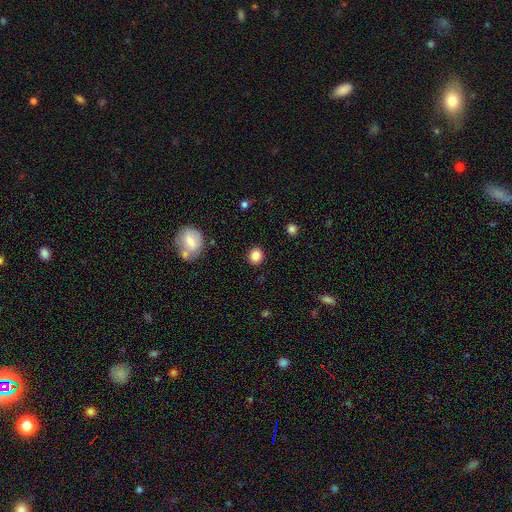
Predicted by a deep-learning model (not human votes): Smooth or featured? smooth (85%)
How rounded? round (80%)
Merging? none (90%)